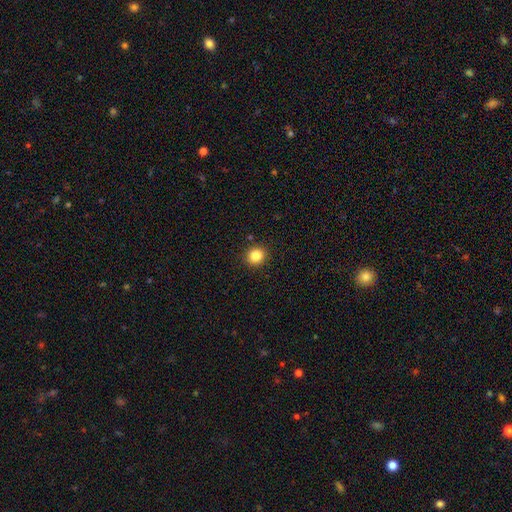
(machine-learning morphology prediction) Overall: smooth (85%). How rounded: round (84%). Merging: none (91%).